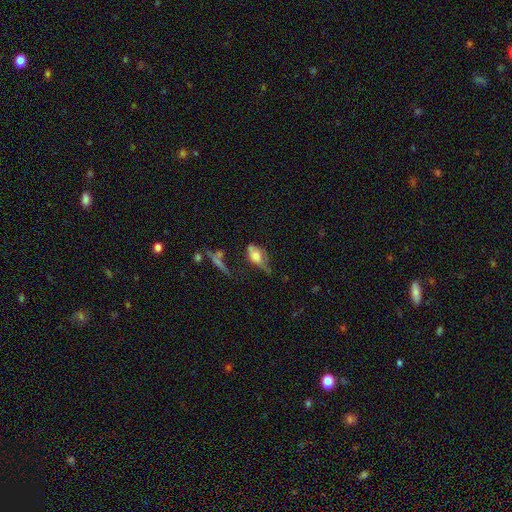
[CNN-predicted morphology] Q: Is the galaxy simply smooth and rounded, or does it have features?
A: smooth — 61%.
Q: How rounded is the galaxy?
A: in between — 83%.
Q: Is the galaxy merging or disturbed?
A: minor disturbance — 34%.